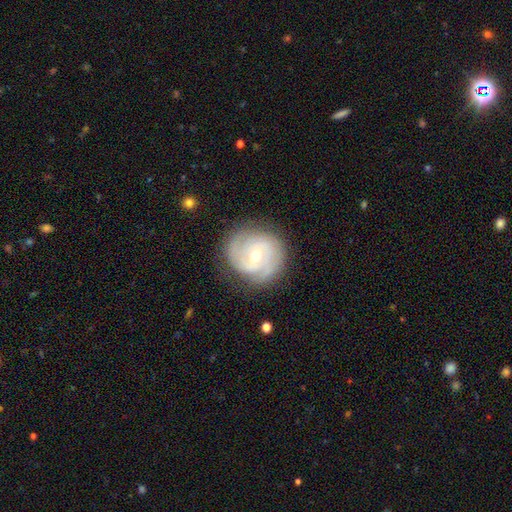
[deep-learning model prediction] Overall: featured or disk (82%). Edge-on disk: no (98%). Bar: no (46%; weak 43%). Spiral arms: yes (94%). Spiral arm count: 2 (42%; can't tell 22%). Spiral winding: tight (63%; medium 30%). Bulge size: moderate (57%; small 39%). Merging: none (79%).